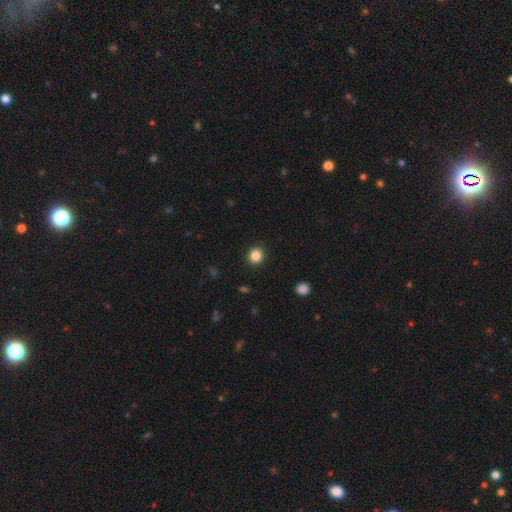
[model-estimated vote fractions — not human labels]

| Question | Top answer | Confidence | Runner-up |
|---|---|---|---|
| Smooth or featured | smooth | 85% | star or artifact (11%) |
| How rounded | round | 87% | in between (12%) |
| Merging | none | 90% | minor disturbance (7%) |